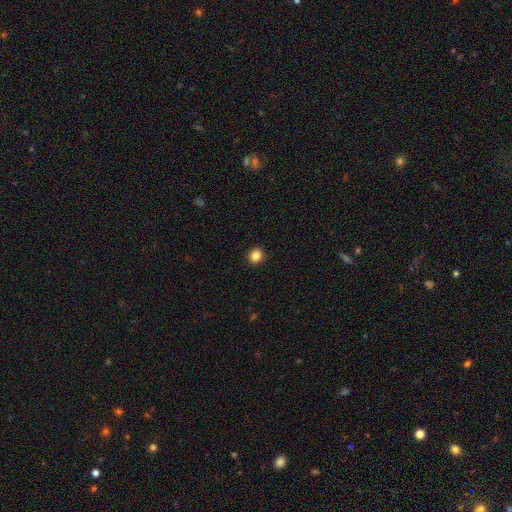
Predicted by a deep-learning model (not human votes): This is clearly a smooth galaxy (85%). How rounded: likely round (80%). Merging: clearly none (93%).